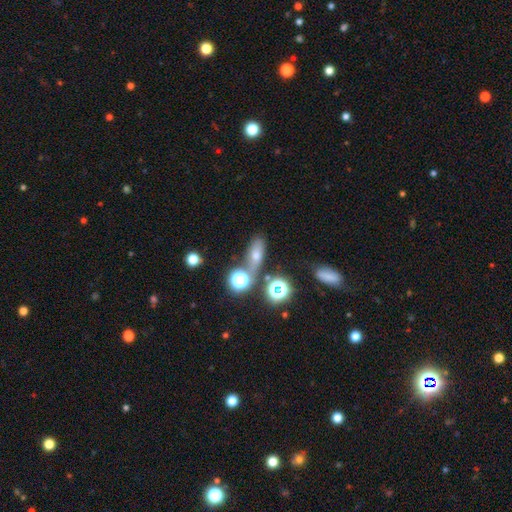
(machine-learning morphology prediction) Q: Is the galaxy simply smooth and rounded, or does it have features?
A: smooth — 49%.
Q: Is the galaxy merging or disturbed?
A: none — 60%.